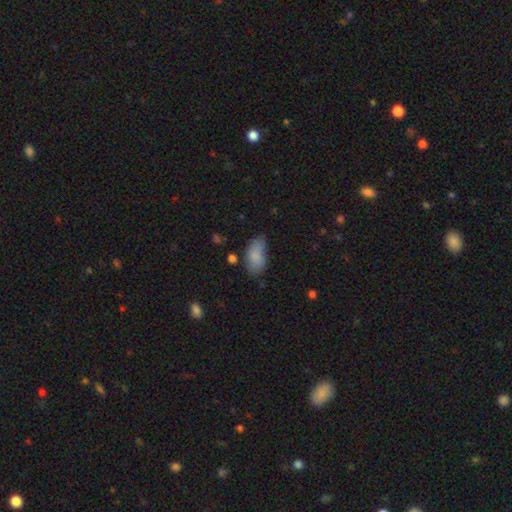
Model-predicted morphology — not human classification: The model was most divided on "merging": none: 59%, minor disturbance: 30%, major disturbance: 8%, merger: 4%. More confident: how rounded — in between (93%); smooth or featured — smooth (83%).